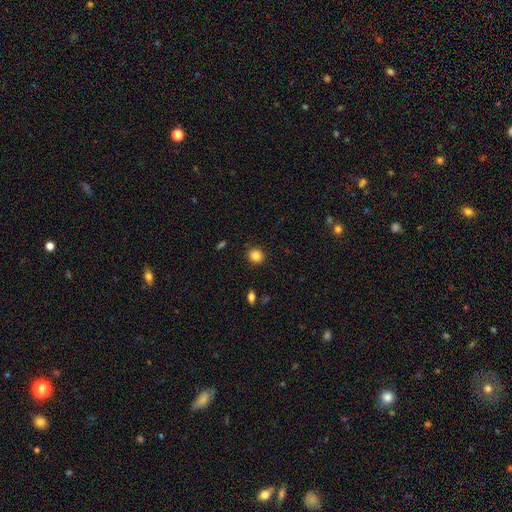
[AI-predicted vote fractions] smooth-or-featured: smooth: 85% | star or artifact: 10% | featured or disk: 5%
  how-rounded: round: 84% | in between: 15% | cigar-shaped: 1%
  merging: none: 90% | minor disturbance: 7% | major disturbance: 2% | merger: 1%